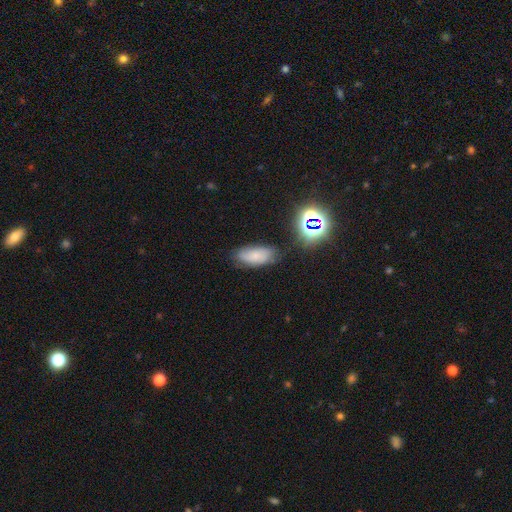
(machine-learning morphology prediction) Smooth or featured? smooth (65%)
How rounded? in between (87%)
Merging? none (66%)